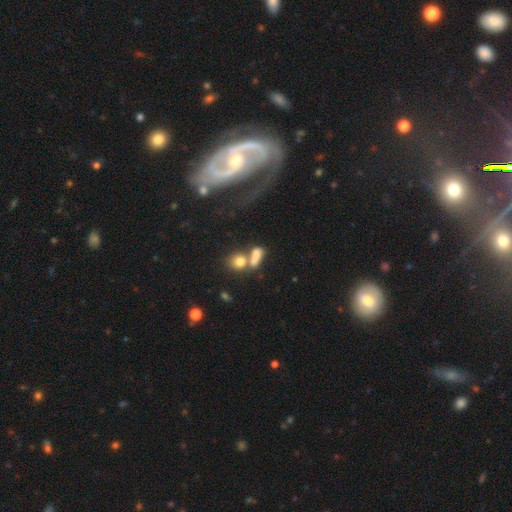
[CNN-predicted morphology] Smooth or featured? Predicted: smooth (p=0.73). How rounded? Predicted: in between (p=0.60). Merging? Predicted: merger (p=0.53).